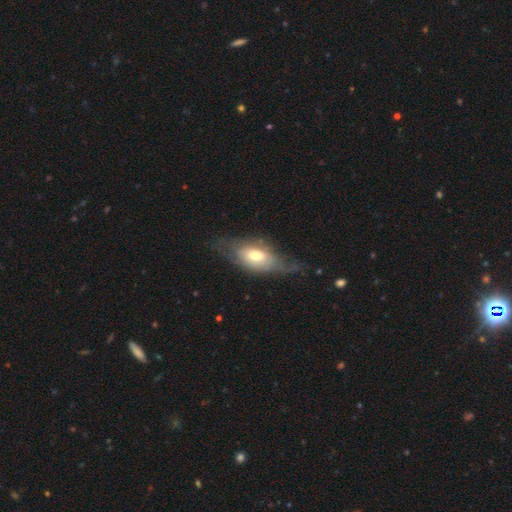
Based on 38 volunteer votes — Smooth or featured? 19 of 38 (50%) said smooth. How rounded? 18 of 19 (95%) said in between. Merging? 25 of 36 (69%) said none.